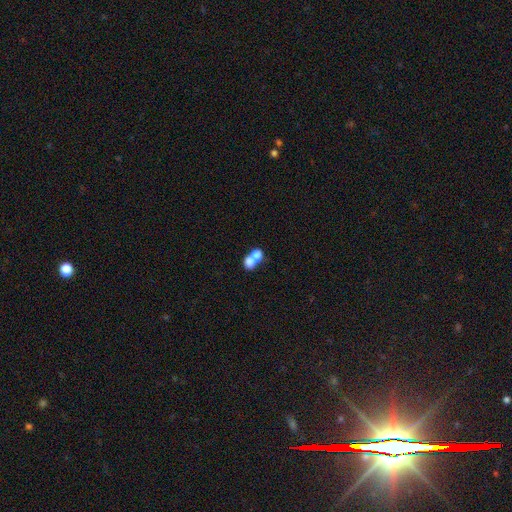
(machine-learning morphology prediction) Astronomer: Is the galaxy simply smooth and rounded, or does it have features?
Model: smooth — 74%.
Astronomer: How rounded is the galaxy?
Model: in between — 51% (runner-up: round, 47%).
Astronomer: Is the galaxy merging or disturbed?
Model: merger — 73%.